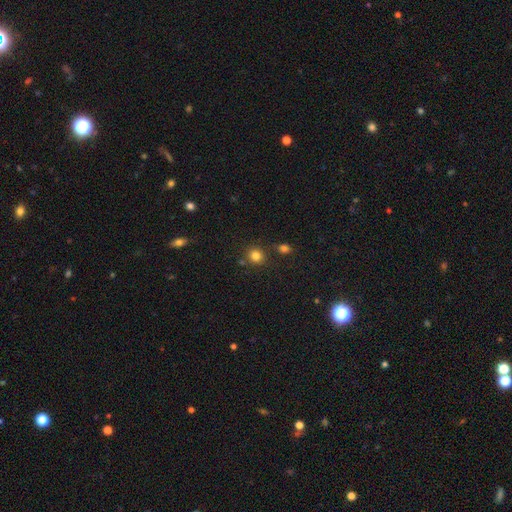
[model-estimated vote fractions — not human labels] A smooth galaxy with no disk features (82%) that is round (83%). Merging: none (79%).